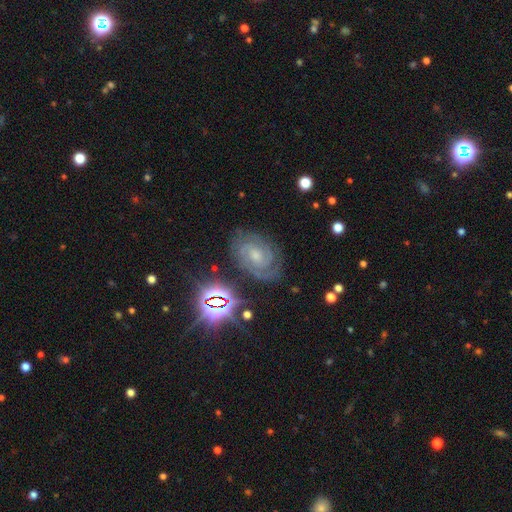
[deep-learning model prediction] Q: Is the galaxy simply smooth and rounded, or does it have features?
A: featured or disk — 81%.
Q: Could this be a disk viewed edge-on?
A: no — 97%.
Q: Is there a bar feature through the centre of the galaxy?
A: no — 53%.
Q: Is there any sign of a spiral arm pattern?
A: yes — 98%.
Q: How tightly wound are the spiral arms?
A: tight — 69%.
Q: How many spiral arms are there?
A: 2 — 64%.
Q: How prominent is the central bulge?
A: small — 53%.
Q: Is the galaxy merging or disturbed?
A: none — 77%.